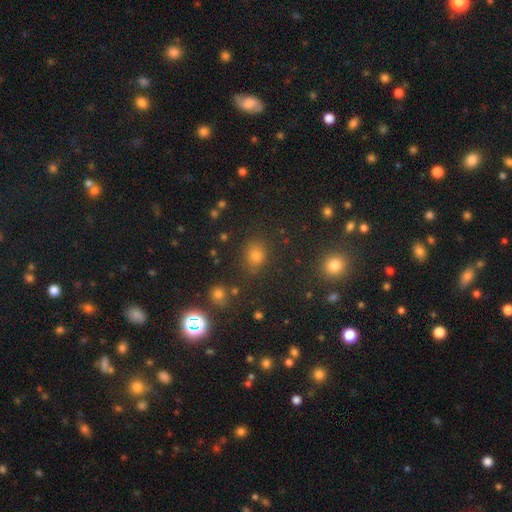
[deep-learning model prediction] A smooth galaxy with no disk features (71%) that is round (70%). Merging: none (83%).